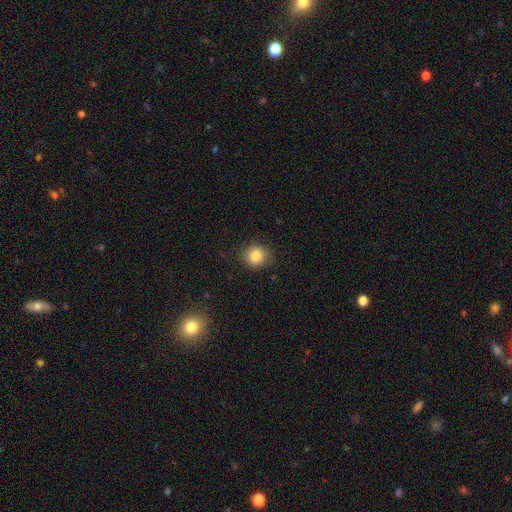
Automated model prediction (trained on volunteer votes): Smooth or featured?
  - smooth: 84% *
  - star or artifact: 10%
  - featured or disk: 6%
How rounded?
  - round: 79% *
  - in between: 20%
  - cigar-shaped: 1%
Merging?
  - none: 84% *
  - minor disturbance: 12%
  - major disturbance: 3%
  - merger: 1%